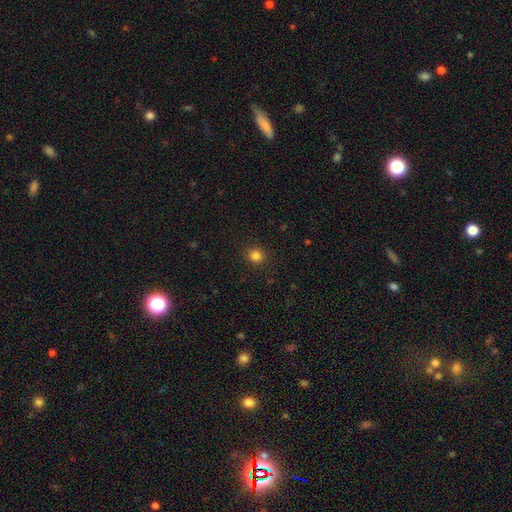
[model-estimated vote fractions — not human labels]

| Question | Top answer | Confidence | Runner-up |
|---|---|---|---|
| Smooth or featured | smooth | 83% | star or artifact (13%) |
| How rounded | round | 87% | in between (12%) |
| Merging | none | 89% | minor disturbance (7%) |